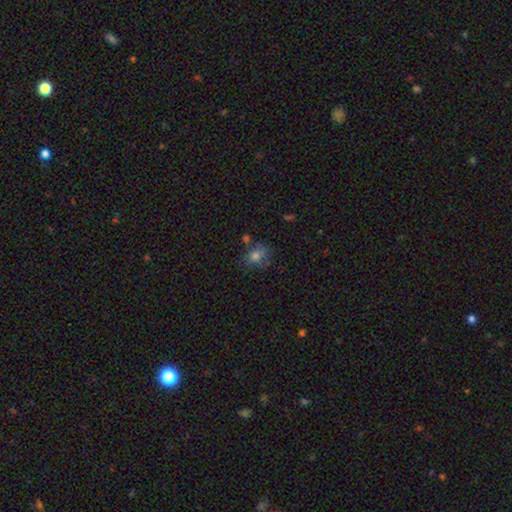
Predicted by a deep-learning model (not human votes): smooth 72%, featured or disk 14%, star or artifact 14%. Down the decision tree: how rounded — round (58%); merging — none (58%).